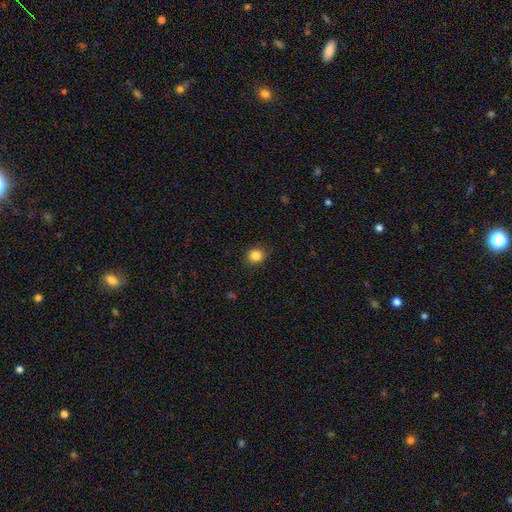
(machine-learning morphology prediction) Smooth or featured? Predicted: smooth (p=0.85). How rounded? Predicted: round (p=0.83). Merging? Predicted: none (p=0.88).